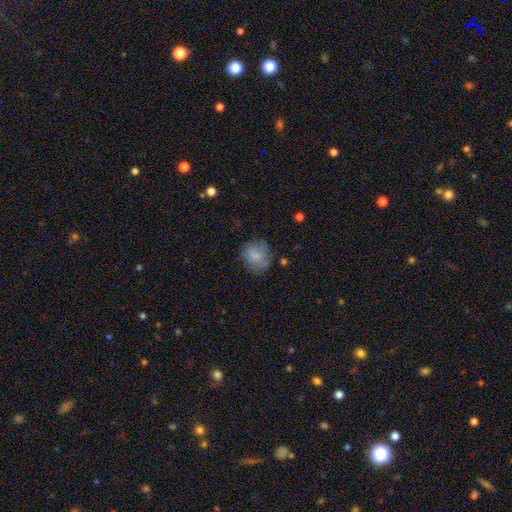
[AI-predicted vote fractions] This is likely a smooth galaxy (76%). How rounded: likely round (66%). Merging: likely none (63%).